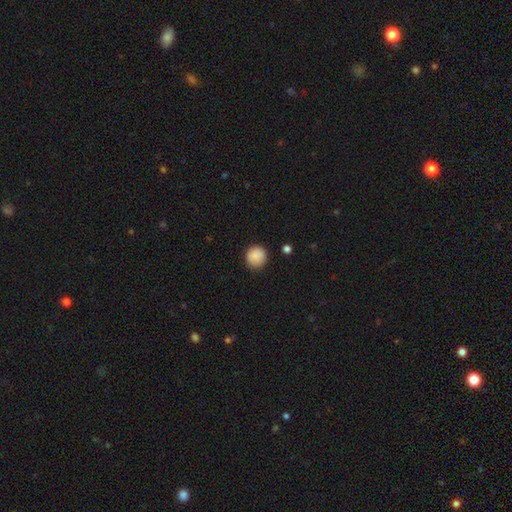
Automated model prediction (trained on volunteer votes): Q: Smooth or featured?
A: smooth (88%); runner-up: star or artifact (8%)
Q: How rounded?
A: round (93%); runner-up: in between (6%)
Q: Merging?
A: none (88%); runner-up: minor disturbance (9%)